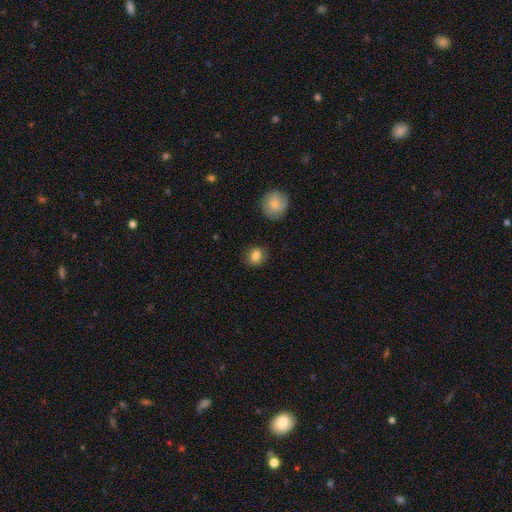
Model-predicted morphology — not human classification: Q: Smooth or featured?
A: smooth (82%); runner-up: featured or disk (10%)
Q: How rounded?
A: round (70%); runner-up: in between (29%)
Q: Merging?
A: none (84%); runner-up: minor disturbance (11%)